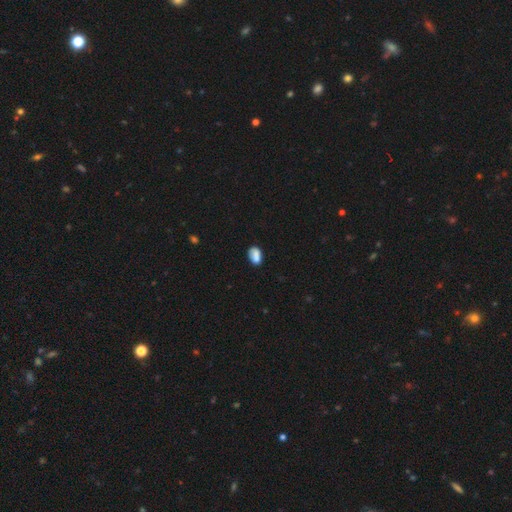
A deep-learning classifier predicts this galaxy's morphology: Smooth or featured?
  - smooth: 80% *
  - featured or disk: 11%
  - star or artifact: 9%
How rounded?
  - in between: 84% *
  - round: 15%
  - cigar-shaped: 2%
Merging?
  - none: 57% *
  - minor disturbance: 23%
  - merger: 13%
  - major disturbance: 7%